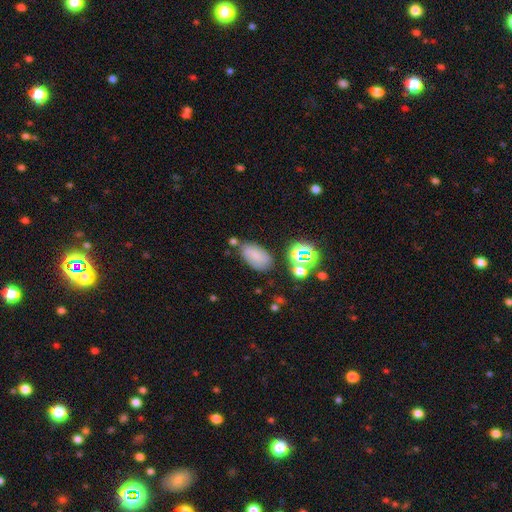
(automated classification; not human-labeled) Q: Smooth or featured?
A: smooth (59%); runner-up: featured or disk (25%)
Q: How rounded?
A: in between (89%); runner-up: round (8%)
Q: Merging?
A: none (69%); runner-up: minor disturbance (18%)